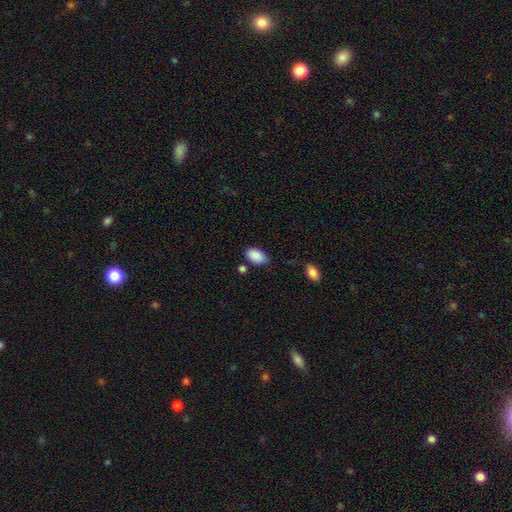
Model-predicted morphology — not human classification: Overall: smooth (89%). How rounded: in between (92%). Merging: none (67%).